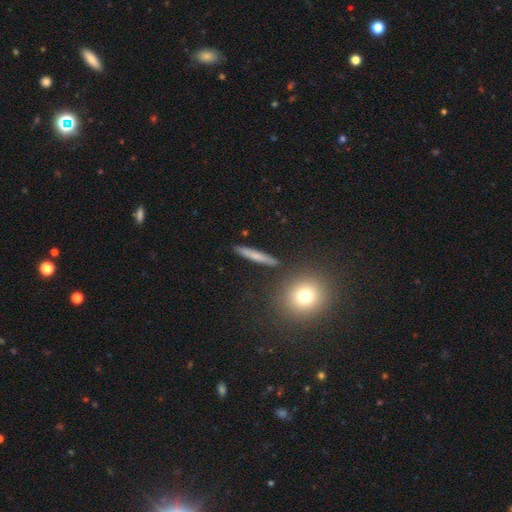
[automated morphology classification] A smooth galaxy with no disk features (62%) that is cigar-shaped (86%).

Vote fractions:
- Smooth or featured? smooth: 62% / featured or disk: 29% / star or artifact: 9%
- How rounded? cigar-shaped: 86% / in between: 8% / round: 6%
- Merging? none: 89% / minor disturbance: 7% / merger: 3% / major disturbance: 2%